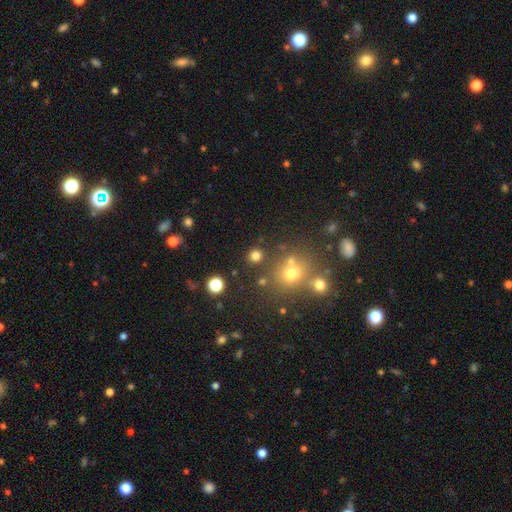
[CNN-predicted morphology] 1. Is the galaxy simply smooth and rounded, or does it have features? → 76% smooth, 18% star or artifact, 6% featured or disk.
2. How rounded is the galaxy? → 87% round, 12% in between, 1% cigar-shaped.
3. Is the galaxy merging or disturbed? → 81% none, 8% merger, 7% minor disturbance, 3% major disturbance.